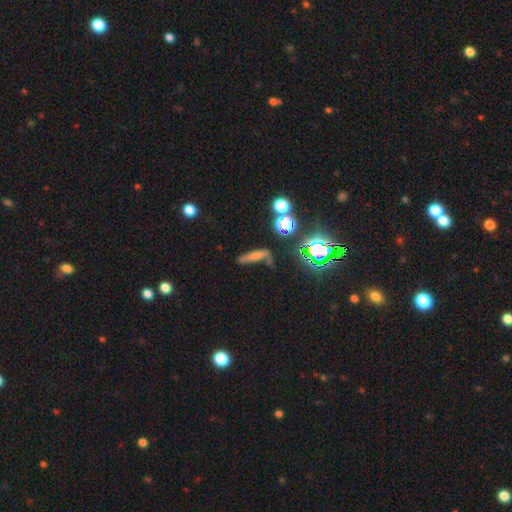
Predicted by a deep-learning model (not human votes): A smooth galaxy with no disk features (49%). Merging: none (47%).